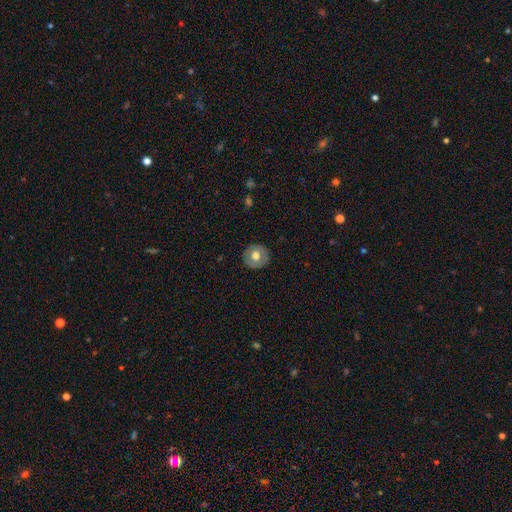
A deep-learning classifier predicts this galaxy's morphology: Smooth or featured: smooth — 62% (featured or disk — 31%)
How rounded: round — 90% (in between — 9%)
Merging: none — 88% (minor disturbance — 9%)